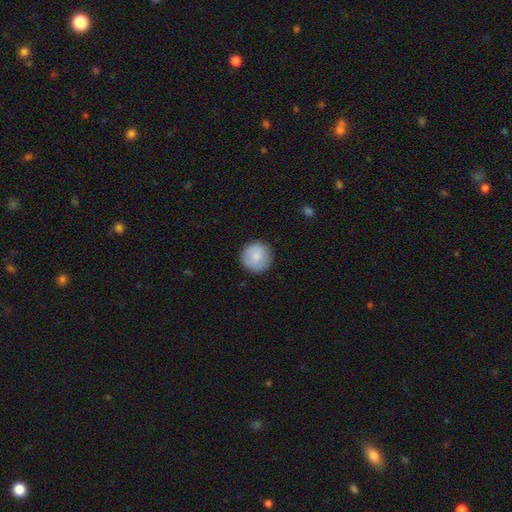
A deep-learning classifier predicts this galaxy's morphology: This appears to be a smooth galaxy with no disk features (82%) that is round (95%). Merging: none (86%).